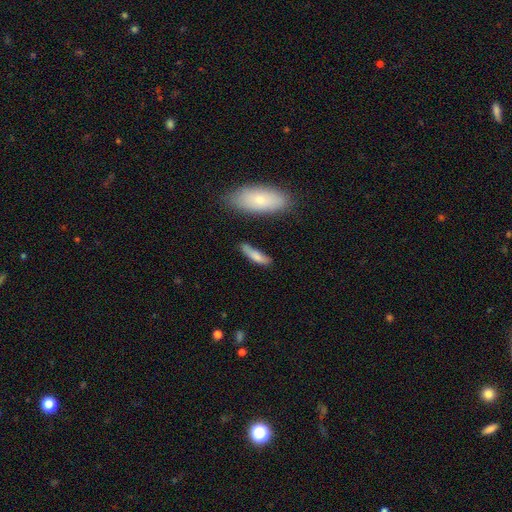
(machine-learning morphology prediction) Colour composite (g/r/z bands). It shows a smooth galaxy with no disk features (76%) that is cigar-shaped (69%). Merging: none (67%).